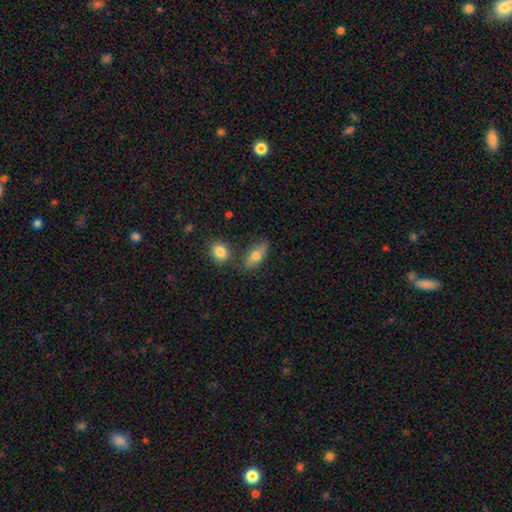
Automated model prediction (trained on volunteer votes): Smooth or featured: smooth — 71% (featured or disk — 21%)
How rounded: in between — 85% (cigar-shaped — 8%)
Merging: none — 72% (minor disturbance — 15%)